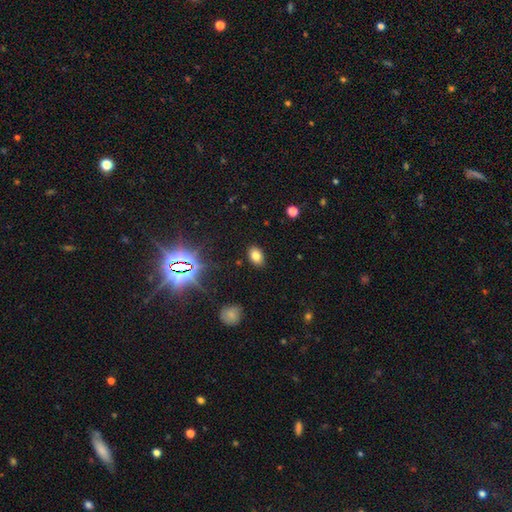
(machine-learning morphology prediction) A smooth galaxy with no disk features (76%) that is in between round and cigar-shaped (82%).

Vote fractions:
- Smooth or featured? smooth: 76% / star or artifact: 16% / featured or disk: 8%
- How rounded? in between: 82% / round: 16% / cigar-shaped: 1%
- Merging? none: 87% / minor disturbance: 9% / major disturbance: 3% / merger: 1%